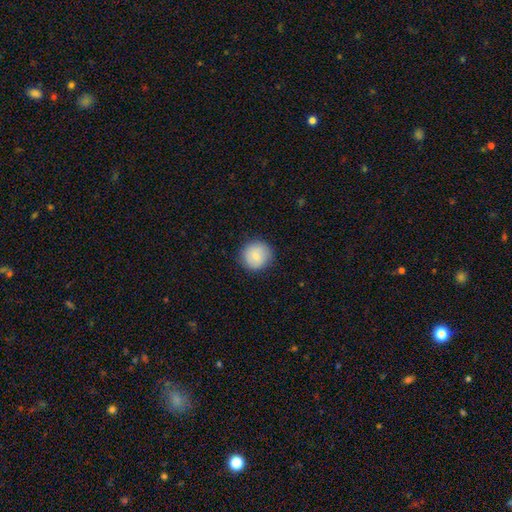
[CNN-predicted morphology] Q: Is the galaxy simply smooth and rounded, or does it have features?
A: smooth — 82%.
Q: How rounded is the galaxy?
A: round — 93%.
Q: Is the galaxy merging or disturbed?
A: none — 88%.